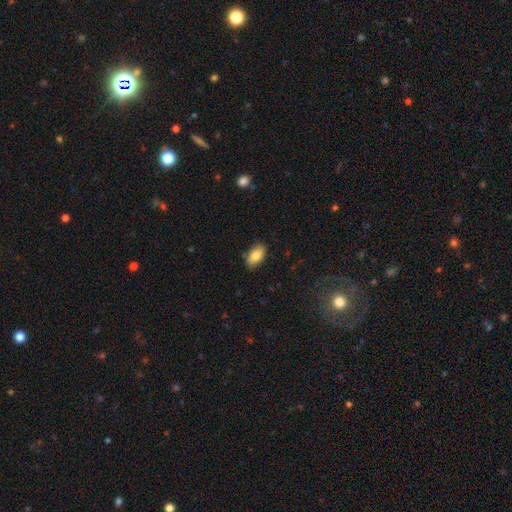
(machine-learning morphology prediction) Q: Smooth or featured?
A: smooth (83%); runner-up: featured or disk (10%)
Q: How rounded?
A: in between (93%); runner-up: round (5%)
Q: Merging?
A: none (86%); runner-up: minor disturbance (11%)